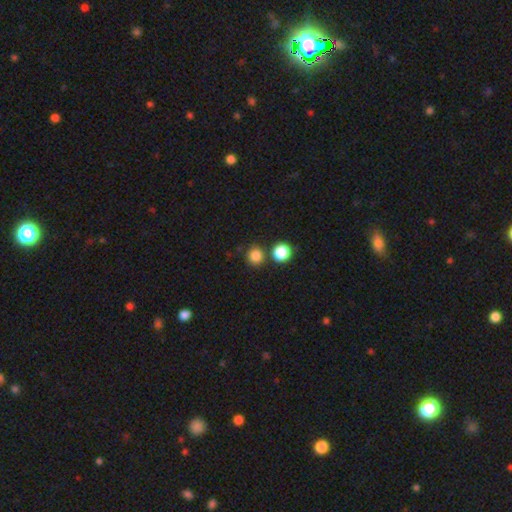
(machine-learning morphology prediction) Overall: smooth (83%). How rounded: round (91%). Merging: none (77%).